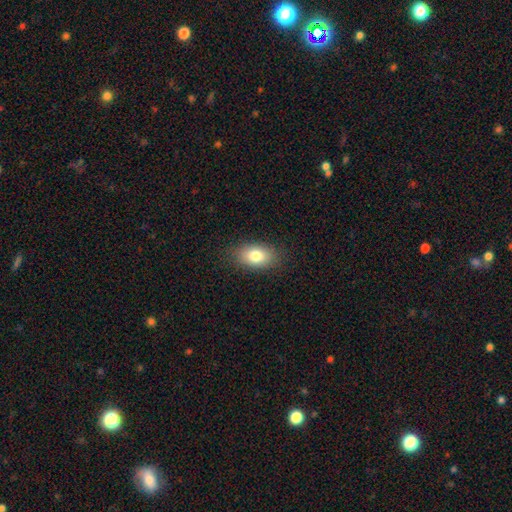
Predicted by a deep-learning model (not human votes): smooth_or_featured: smooth (p=0.80) [alt: featured or disk p=0.12]
how_rounded: in between (p=0.88) [alt: round p=0.10]
merging: none (p=0.86) [alt: minor disturbance p=0.10]